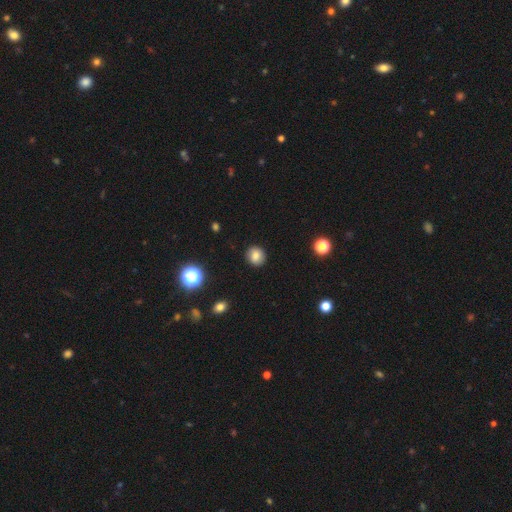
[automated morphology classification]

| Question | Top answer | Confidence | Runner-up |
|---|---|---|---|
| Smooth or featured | smooth | 81% | star or artifact (11%) |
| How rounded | round | 83% | in between (16%) |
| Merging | none | 90% | minor disturbance (7%) |